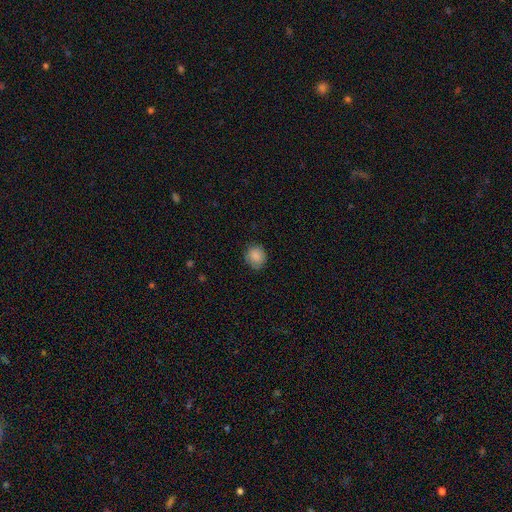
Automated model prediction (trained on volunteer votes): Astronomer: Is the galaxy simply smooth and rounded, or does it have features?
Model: smooth — 87%.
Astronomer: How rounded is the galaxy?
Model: round — 80%.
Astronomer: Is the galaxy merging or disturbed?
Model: none — 81%.